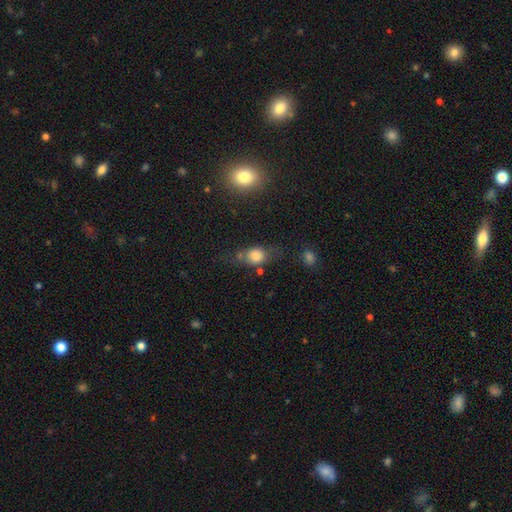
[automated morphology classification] This is likely a smooth galaxy (75%). How rounded: possibly in between (49%). Merging: possibly none (55%).